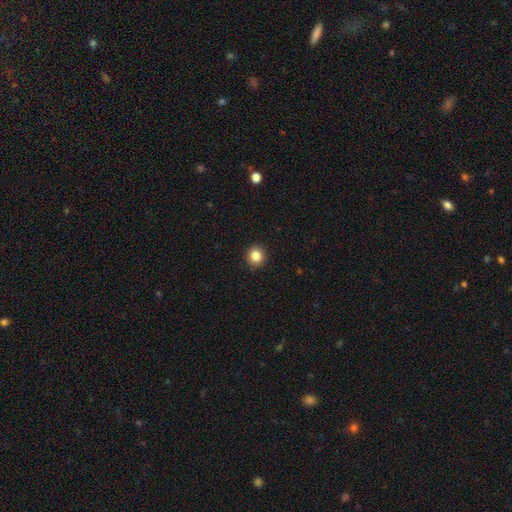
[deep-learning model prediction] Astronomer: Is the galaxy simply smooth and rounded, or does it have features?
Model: smooth — 85%.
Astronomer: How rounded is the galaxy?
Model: round — 87%.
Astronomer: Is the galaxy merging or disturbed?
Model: none — 92%.